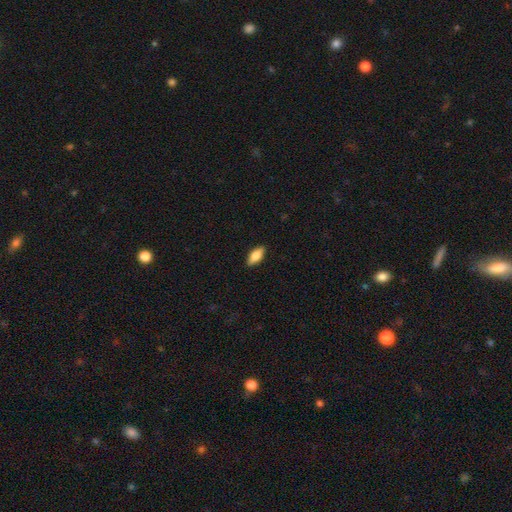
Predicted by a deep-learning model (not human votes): smooth_or_featured: smooth (p=0.77) [alt: featured or disk p=0.17]
how_rounded: in between (p=0.83) [alt: cigar-shaped p=0.14]
merging: none (p=0.89) [alt: minor disturbance p=0.08]